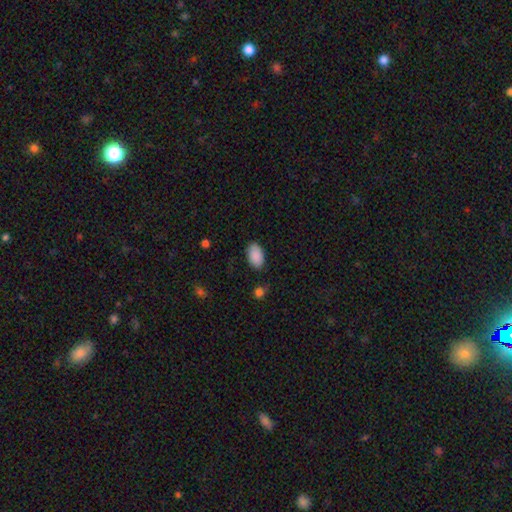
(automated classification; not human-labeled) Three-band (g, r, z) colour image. It shows a smooth galaxy with no disk features (90%) that is in between round and cigar-shaped (94%). Merging: none (84%).